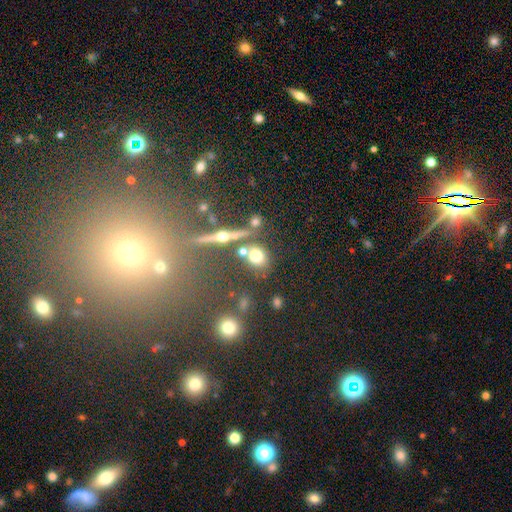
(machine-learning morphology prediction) Q: Smooth or featured?
A: smooth (62%); runner-up: featured or disk (22%)
Q: How rounded?
A: round (68%); runner-up: in between (28%)
Q: Merging?
A: none (66%); runner-up: merger (17%)